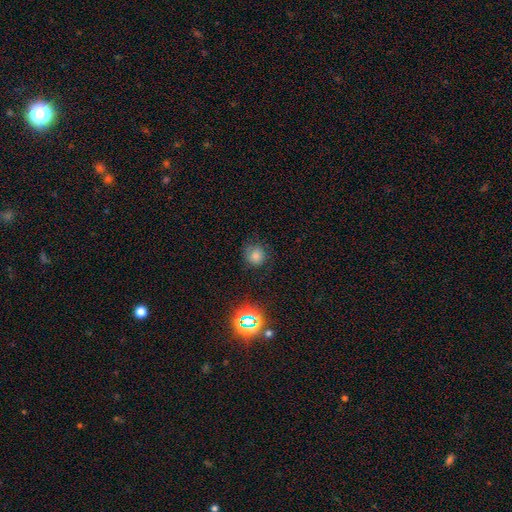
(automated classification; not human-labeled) Smooth or featured?
  - smooth: 74% *
  - star or artifact: 19%
  - featured or disk: 7%
How rounded?
  - round: 85% *
  - in between: 14%
  - cigar-shaped: 1%
Merging?
  - none: 75% *
  - minor disturbance: 17%
  - major disturbance: 6%
  - merger: 2%